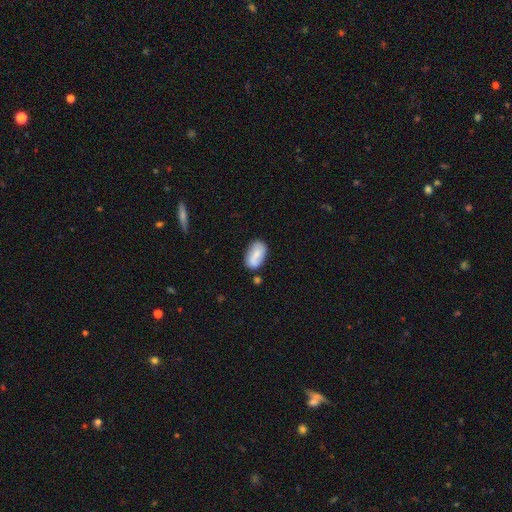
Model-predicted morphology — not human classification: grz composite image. It shows a smooth galaxy with no disk features (70%) that is in between round and cigar-shaped (92%). Merging: none (66%).